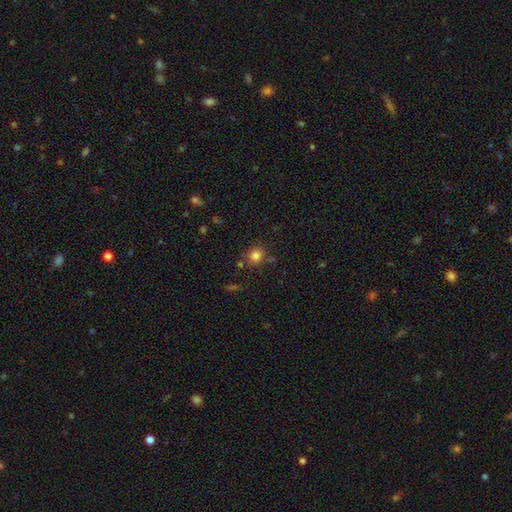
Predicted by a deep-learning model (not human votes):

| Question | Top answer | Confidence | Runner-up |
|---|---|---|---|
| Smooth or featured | smooth | 81% | star or artifact (13%) |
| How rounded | round | 83% | in between (16%) |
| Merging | none | 79% | minor disturbance (11%) |